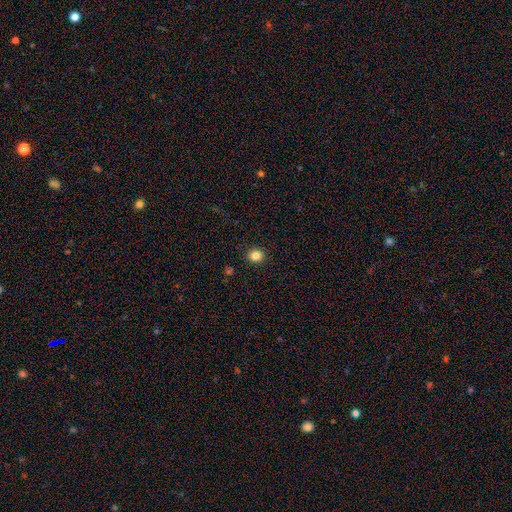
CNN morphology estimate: Smooth or featured?
  - smooth: 84% *
  - star or artifact: 12%
  - featured or disk: 4%
How rounded?
  - round: 85% *
  - in between: 14%
  - cigar-shaped: 1%
Merging?
  - none: 92% *
  - minor disturbance: 6%
  - major disturbance: 2%
  - merger: 1%